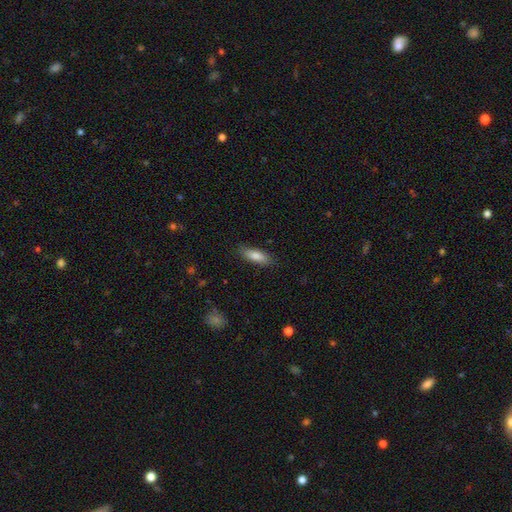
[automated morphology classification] A smooth galaxy with no disk features (81%) that is in between round and cigar-shaped (55%). Merging: none (85%).